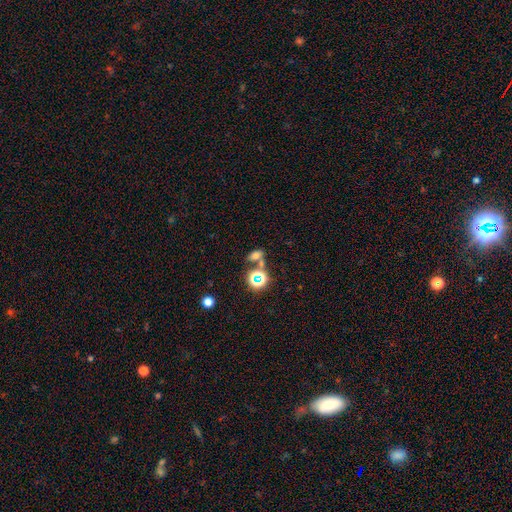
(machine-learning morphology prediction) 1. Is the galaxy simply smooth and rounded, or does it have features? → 61% smooth, 28% star or artifact, 11% featured or disk.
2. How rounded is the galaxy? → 75% in between, 20% round, 5% cigar-shaped.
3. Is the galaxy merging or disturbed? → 58% none, 26% merger, 11% minor disturbance, 5% major disturbance.